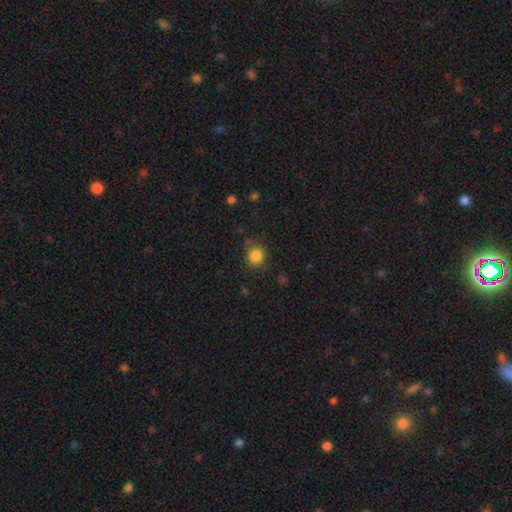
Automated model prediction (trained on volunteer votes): Smooth or featured?
  - smooth: 84% *
  - star or artifact: 11%
  - featured or disk: 5%
How rounded?
  - round: 82% *
  - in between: 17%
  - cigar-shaped: 1%
Merging?
  - none: 78% *
  - minor disturbance: 14%
  - major disturbance: 4%
  - merger: 3%